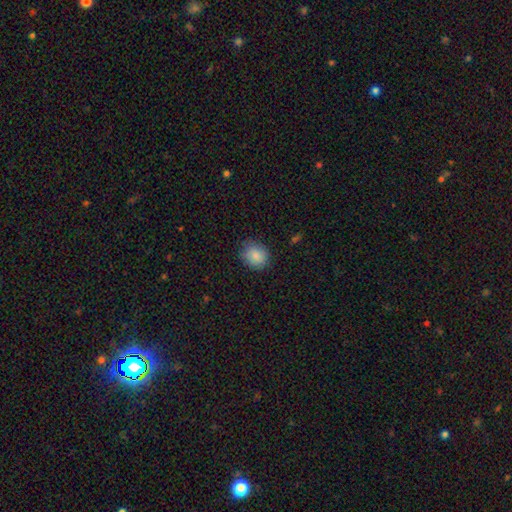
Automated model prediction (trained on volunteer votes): The model was most divided on "how rounded": round: 69%, in between: 30%, cigar-shaped: 1%. More confident: smooth or featured — smooth (87%); merging — none (82%).